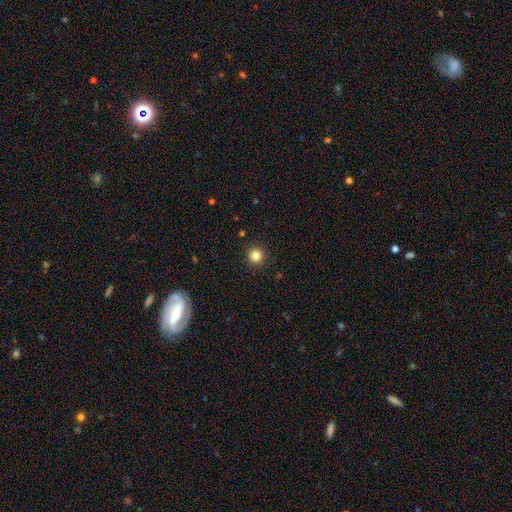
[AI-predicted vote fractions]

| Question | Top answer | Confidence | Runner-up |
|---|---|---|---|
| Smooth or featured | smooth | 83% | star or artifact (12%) |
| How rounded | round | 95% | in between (4%) |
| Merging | none | 93% | minor disturbance (5%) |